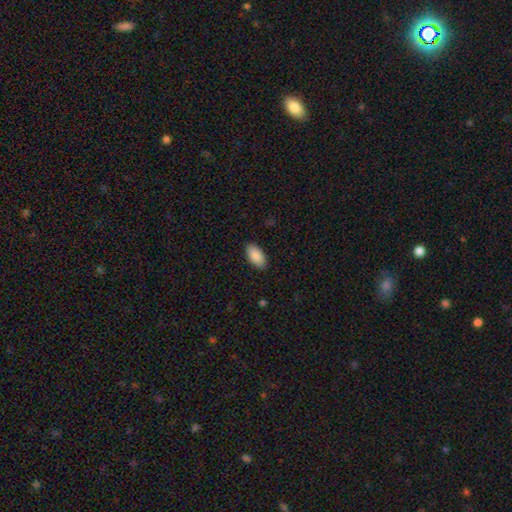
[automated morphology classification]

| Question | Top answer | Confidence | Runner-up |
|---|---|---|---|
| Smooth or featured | smooth | 90% | star or artifact (6%) |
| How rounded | in between | 94% | cigar-shaped (4%) |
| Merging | none | 88% | minor disturbance (9%) |